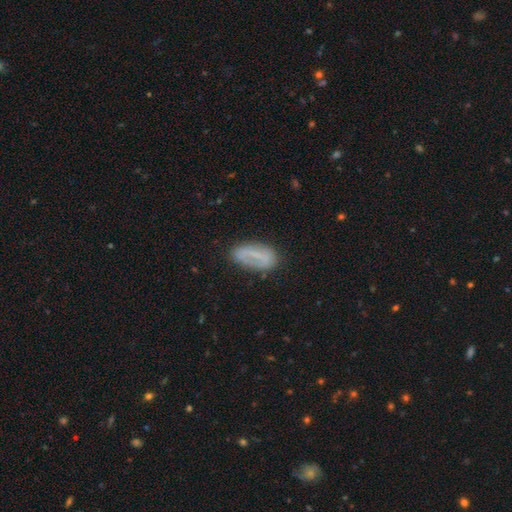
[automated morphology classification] Smooth or featured? Predicted: smooth (p=0.50). Merging? Predicted: none (p=0.75).